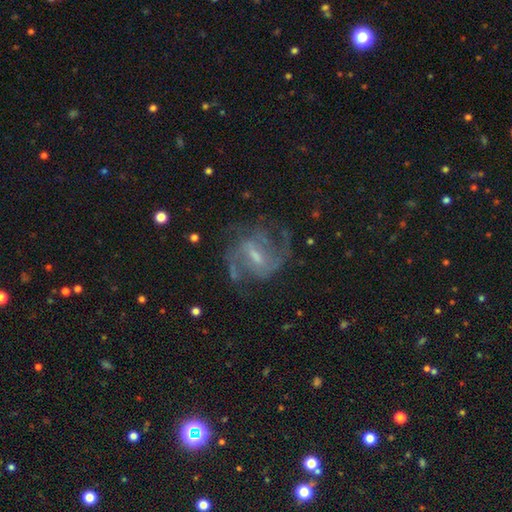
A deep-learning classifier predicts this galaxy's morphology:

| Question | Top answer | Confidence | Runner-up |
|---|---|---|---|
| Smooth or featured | featured or disk | 86% | star or artifact (7%) |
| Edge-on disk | no | 97% | yes (3%) |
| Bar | weak | 54% | strong (33%) |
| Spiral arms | yes | 95% | no (5%) |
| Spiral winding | medium | 55% | tight (24%) |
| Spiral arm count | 2 | 57% | 3 (17%) |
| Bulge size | small | 50% | moderate (35%) |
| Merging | none | 64% | minor disturbance (17%) |